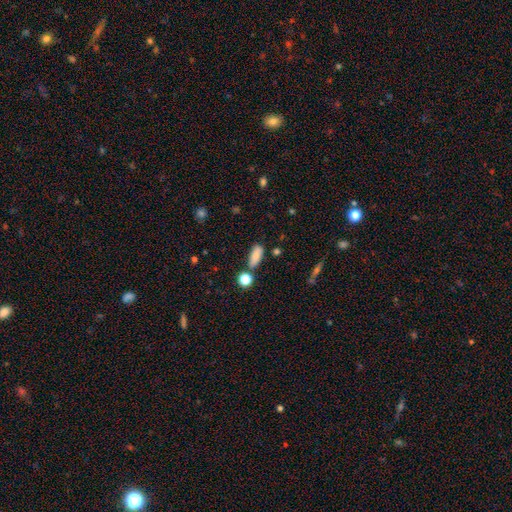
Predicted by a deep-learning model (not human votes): Smooth or featured: smooth — 82% (star or artifact — 9%)
How rounded: in between — 75% (cigar-shaped — 20%)
Merging: none — 73% (minor disturbance — 15%)